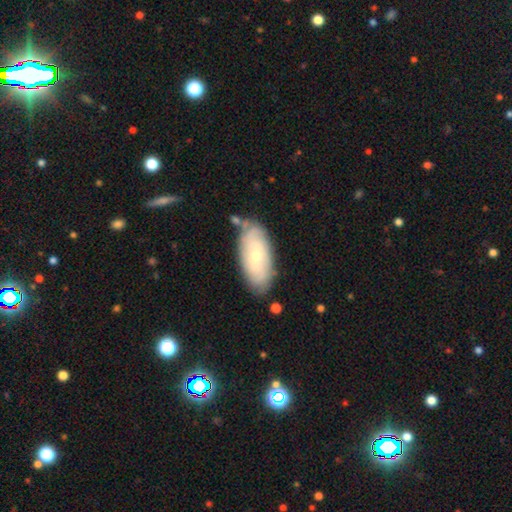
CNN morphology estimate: A featured or disk galaxy (48%).

Vote fractions:
- Smooth or featured? featured or disk: 48% / smooth: 46% / star or artifact: 6%
- Merging? none: 75% / minor disturbance: 17% / merger: 4% / major disturbance: 4%